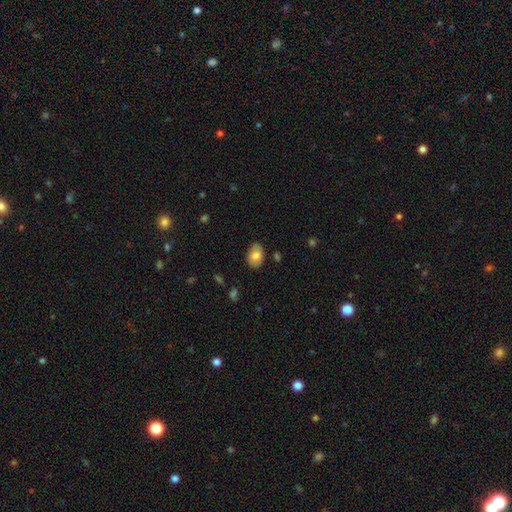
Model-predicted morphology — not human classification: Smooth or featured? Predicted: smooth (p=0.76). How rounded? Predicted: in between (p=0.82). Merging? Predicted: none (p=0.82).